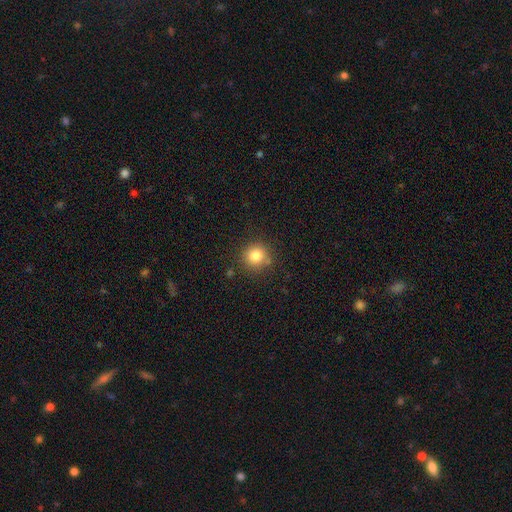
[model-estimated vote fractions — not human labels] smooth 82%, star or artifact 12%, featured or disk 7%. Down the decision tree: how rounded — round (92%); merging — none (82%).